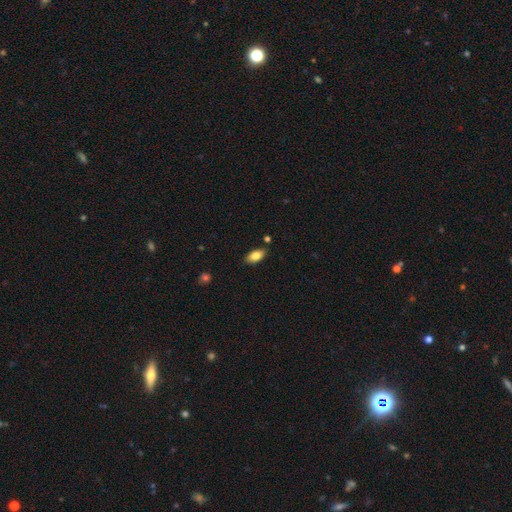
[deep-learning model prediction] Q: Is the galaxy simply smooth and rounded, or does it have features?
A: smooth — 84%.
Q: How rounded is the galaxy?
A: in between — 92%.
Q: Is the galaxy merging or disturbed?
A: none — 85%.